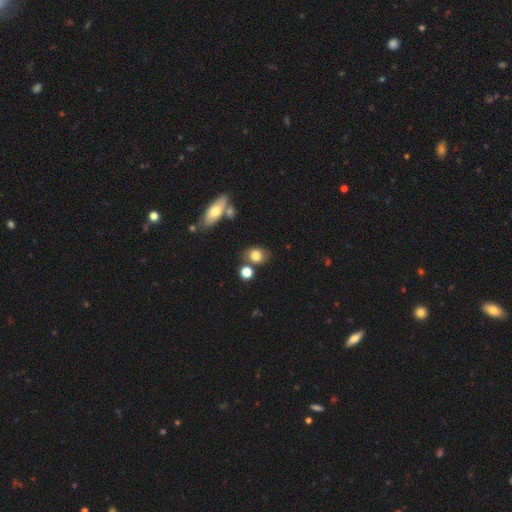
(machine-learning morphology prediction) Smooth or featured: smooth — 79% (star or artifact — 11%)
How rounded: round — 50% (in between — 49%)
Merging: none — 68% (minor disturbance — 15%)